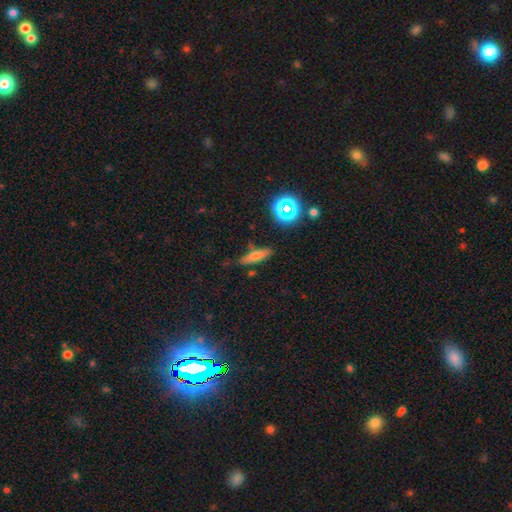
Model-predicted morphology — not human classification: Smooth or featured? Predicted: smooth (p=0.64). How rounded? Predicted: cigar-shaped (p=0.65). Merging? Predicted: none (p=0.76).